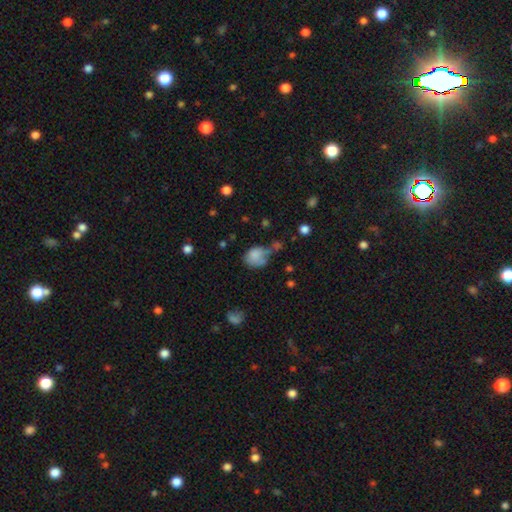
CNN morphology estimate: Smooth or featured?
  - smooth: 77% *
  - featured or disk: 13%
  - star or artifact: 10%
How rounded?
  - in between: 51% *
  - round: 47%
  - cigar-shaped: 1%
Merging?
  - none: 31% *
  - minor disturbance: 28%
  - major disturbance: 23%
  - merger: 19%